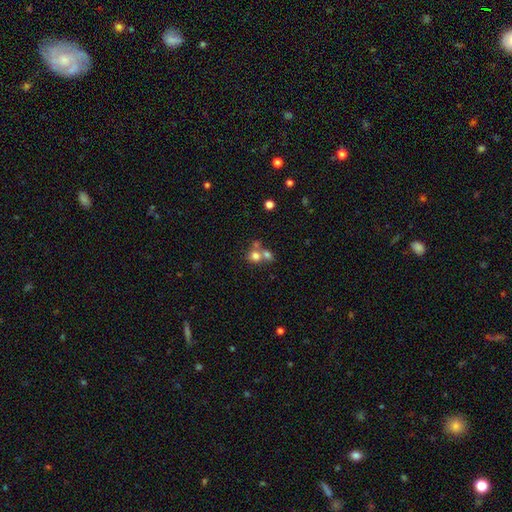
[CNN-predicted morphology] Overall: smooth (72%). How rounded: round (80%). Merging: merger (53%; none 37%).